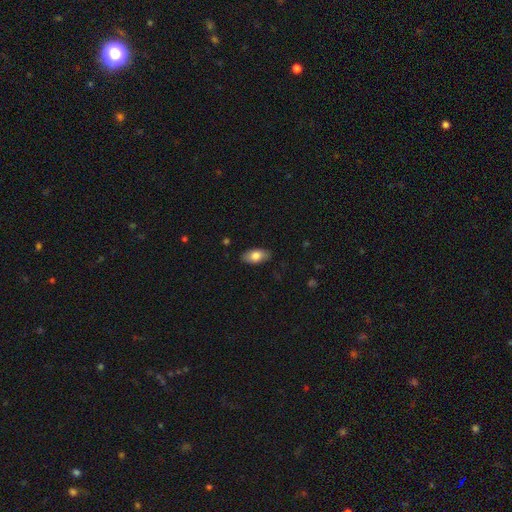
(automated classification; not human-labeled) A smooth galaxy with no disk features (79%) that is in between round and cigar-shaped (92%).

Vote fractions:
- Smooth or featured? smooth: 79% / featured or disk: 15% / star or artifact: 6%
- How rounded? in between: 92% / cigar-shaped: 4% / round: 4%
- Merging? none: 86% / minor disturbance: 10% / major disturbance: 2% / merger: 1%